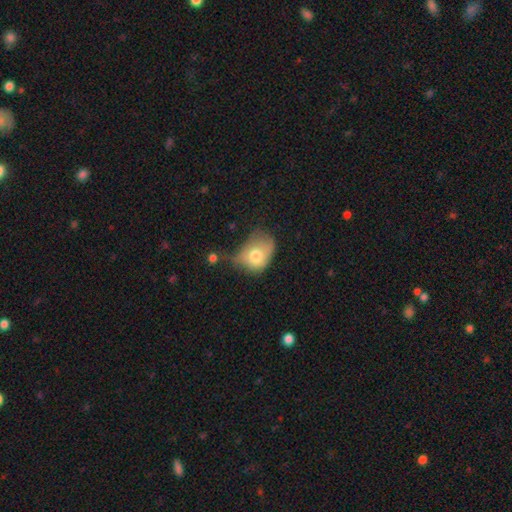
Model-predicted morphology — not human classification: This appears to be a smooth galaxy with no disk features (71%) that is in between round and cigar-shaped (58%). Merging: minor disturbance (37%).